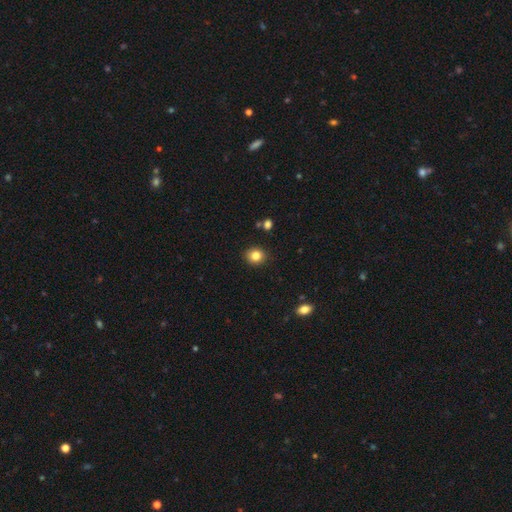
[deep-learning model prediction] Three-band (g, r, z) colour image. It shows a smooth galaxy with no disk features (82%) that is round (78%). Merging: none (89%).